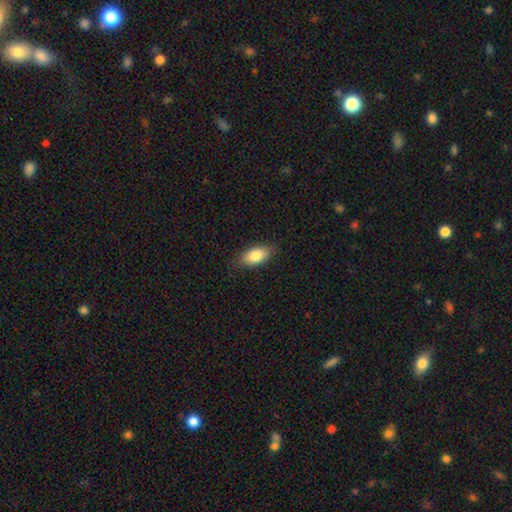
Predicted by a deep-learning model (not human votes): smooth-or-featured: smooth: 83% | featured or disk: 10% | star or artifact: 7%
  how-rounded: in between: 90% | cigar-shaped: 6% | round: 4%
  merging: none: 82% | minor disturbance: 14% | major disturbance: 3% | merger: 1%